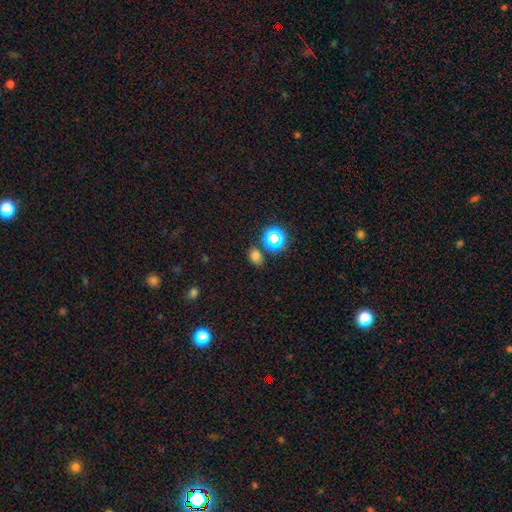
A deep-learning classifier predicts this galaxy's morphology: Smooth or featured: smooth — 67% (star or artifact — 27%)
How rounded: in between — 56% (round — 43%)
Merging: none — 76% (minor disturbance — 13%)